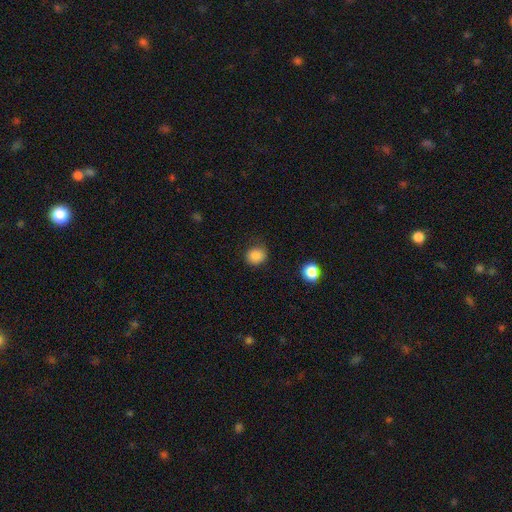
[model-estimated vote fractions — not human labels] Smooth or featured: smooth — 86% (star or artifact — 11%)
How rounded: round — 74% (in between — 25%)
Merging: none — 82% (minor disturbance — 13%)